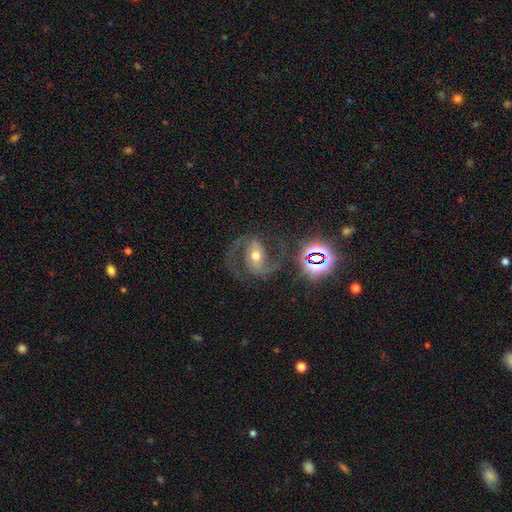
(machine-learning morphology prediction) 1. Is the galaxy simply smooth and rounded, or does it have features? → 81% featured or disk, 11% star or artifact, 8% smooth.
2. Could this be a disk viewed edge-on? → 97% no, 3% yes.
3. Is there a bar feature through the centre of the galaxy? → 39% strong, 35% weak, 26% no.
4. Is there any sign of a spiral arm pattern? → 95% yes, 5% no.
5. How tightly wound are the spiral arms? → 58% medium, 30% loose, 12% tight.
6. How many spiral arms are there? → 92% 2, 2% 1, 2% can't tell, 1% 3, 1% 4, 1% more than 4.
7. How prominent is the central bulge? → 72% moderate, 17% small, 8% large, 1% dominant, 1% none.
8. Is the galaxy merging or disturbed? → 73% none, 13% minor disturbance, 12% major disturbance, 2% merger.